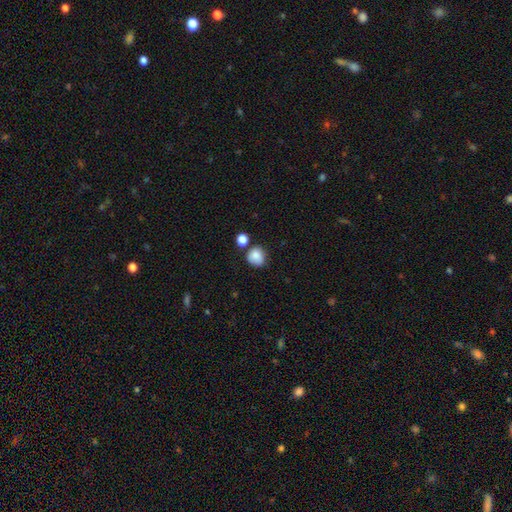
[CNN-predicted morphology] Smooth or featured: smooth — 85% (star or artifact — 9%)
How rounded: round — 81% (in between — 18%)
Merging: none — 68% (minor disturbance — 17%)